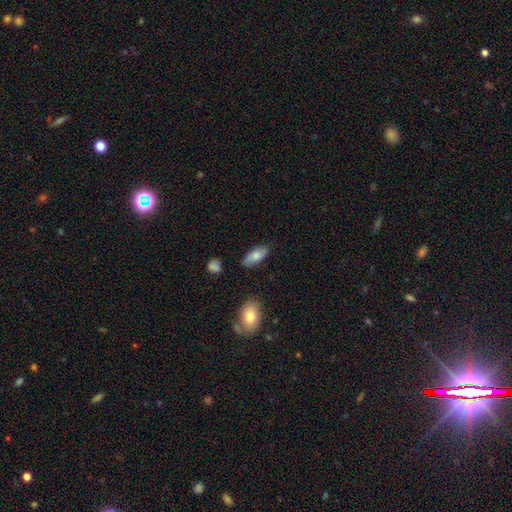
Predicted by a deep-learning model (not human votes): This appears to be a smooth galaxy with no disk features (75%) that is in between round and cigar-shaped (83%). Merging: none (82%).